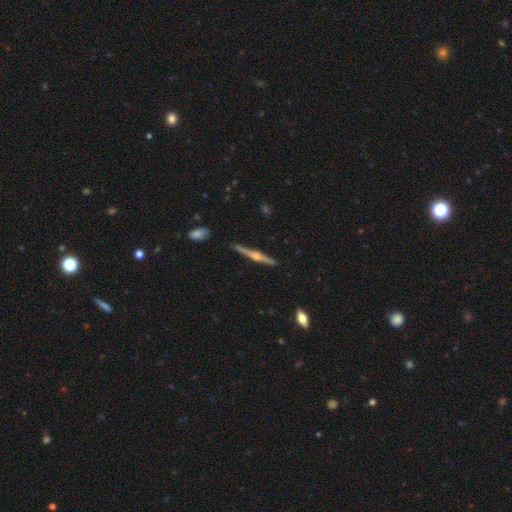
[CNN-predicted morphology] A featured or disk galaxy (79%) viewed edge-on (98%) with a rounded central bulge (89%). Merging: none (90%).